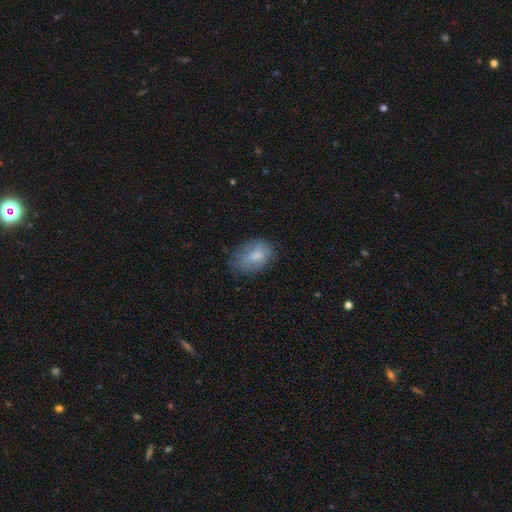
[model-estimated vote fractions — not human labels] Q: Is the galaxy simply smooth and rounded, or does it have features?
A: smooth — 75%.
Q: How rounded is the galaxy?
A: in between — 88%.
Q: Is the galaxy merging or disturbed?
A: none — 61%.